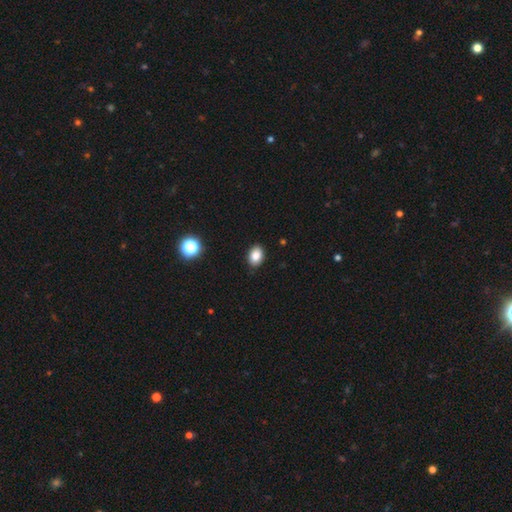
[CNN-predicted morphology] Q: Smooth or featured?
A: smooth (85%); runner-up: star or artifact (10%)
Q: How rounded?
A: in between (77%); runner-up: round (22%)
Q: Merging?
A: none (89%); runner-up: minor disturbance (9%)